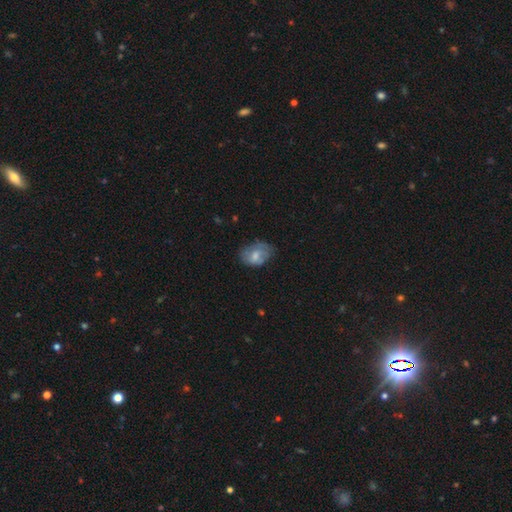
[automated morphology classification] Smooth or featured? smooth (60%)
How rounded? in between (80%)
Merging? none (50%)